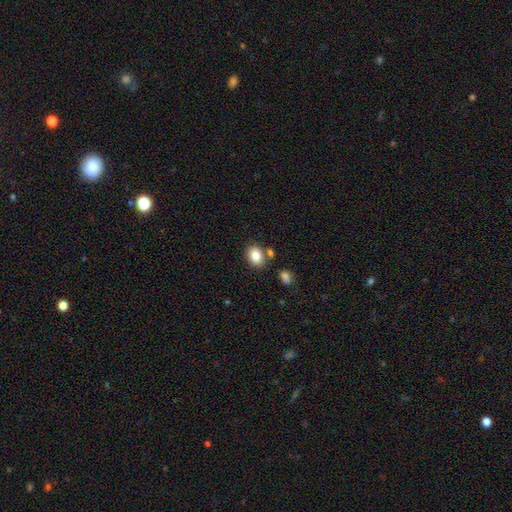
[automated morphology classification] Smooth or featured?
  - smooth: 84% *
  - star or artifact: 9%
  - featured or disk: 8%
How rounded?
  - in between: 66% *
  - round: 33%
  - cigar-shaped: 1%
Merging?
  - none: 73% *
  - merger: 12%
  - minor disturbance: 11%
  - major disturbance: 3%